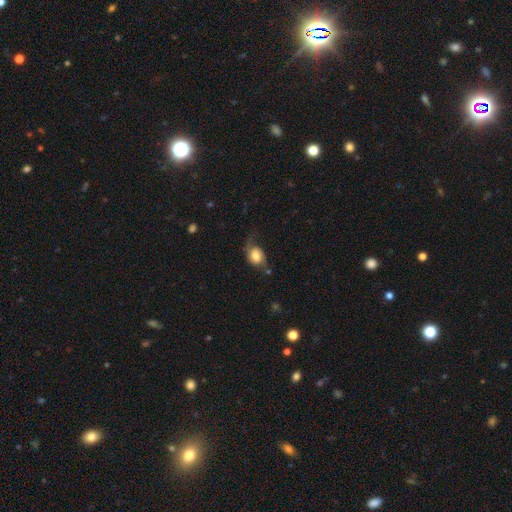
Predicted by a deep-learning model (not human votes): smooth_or_featured: smooth (p=0.61) [alt: featured or disk p=0.30]
how_rounded: in between (p=0.57) [alt: round p=0.42]
merging: none (p=0.44) [alt: minor disturbance p=0.30]